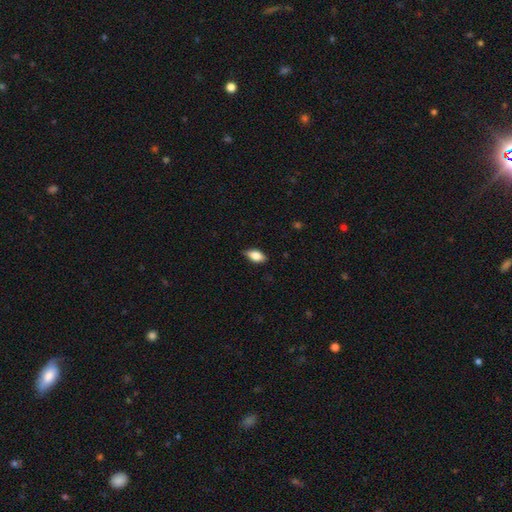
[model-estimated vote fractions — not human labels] Smooth or featured?
  - smooth: 76% *
  - featured or disk: 17%
  - star or artifact: 7%
How rounded?
  - in between: 87% *
  - cigar-shaped: 7%
  - round: 5%
Merging?
  - none: 79% *
  - minor disturbance: 17%
  - major disturbance: 3%
  - merger: 1%